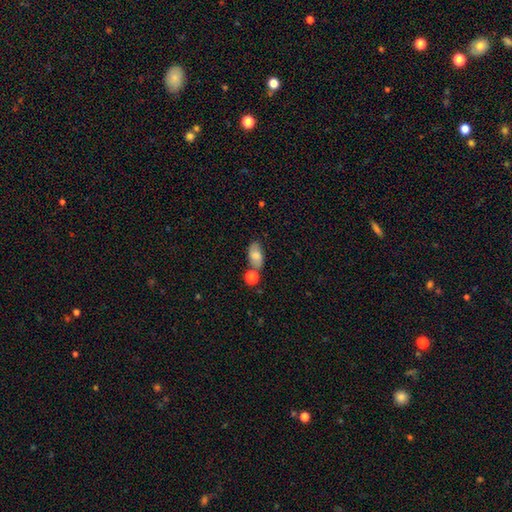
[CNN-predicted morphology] type=smooth (73%); roundness=in between (90%); merging=none (66%).